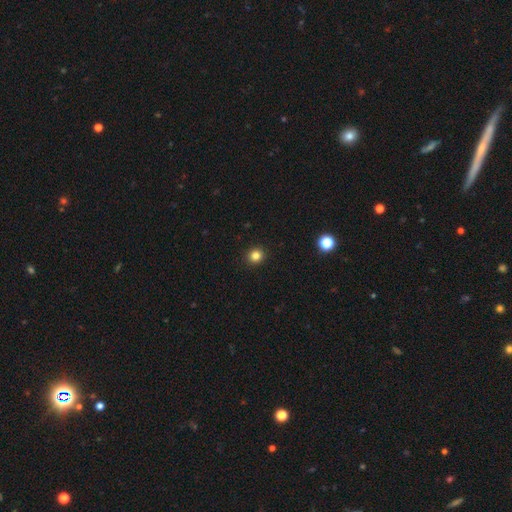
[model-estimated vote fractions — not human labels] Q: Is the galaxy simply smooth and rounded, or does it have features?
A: smooth — 83%.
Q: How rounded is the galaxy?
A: round — 89%.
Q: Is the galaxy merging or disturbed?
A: none — 93%.